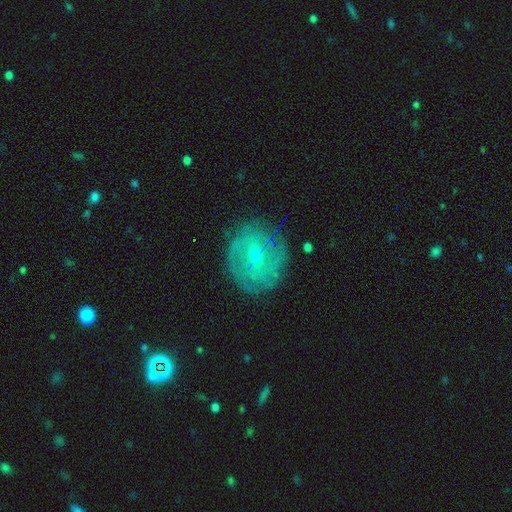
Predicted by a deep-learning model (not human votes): Smooth or featured? featured or disk (69%)
Edge-on disk? no (96%)
Bar? weak (45%)
Spiral arms? yes (71%)
Bulge size? moderate (50%)
Merging? none (74%)